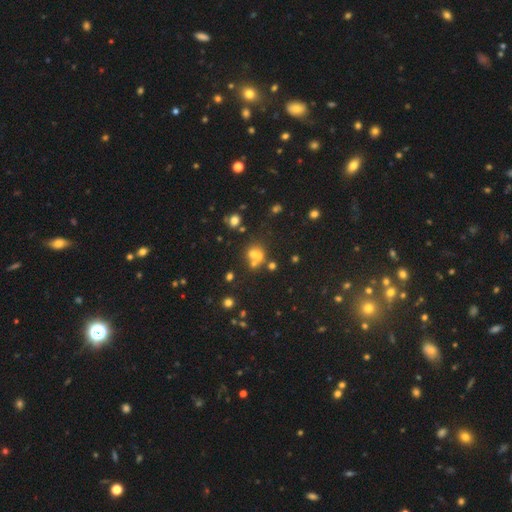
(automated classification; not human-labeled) Smooth or featured? smooth (53%)
How rounded? round (78%)
Merging? merger (46%)